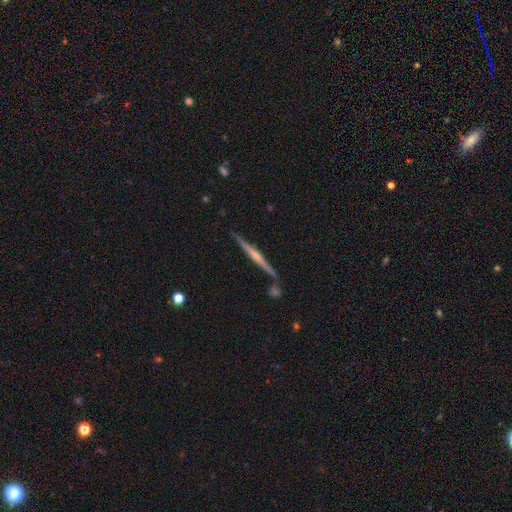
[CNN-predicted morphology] smooth_or_featured: featured or disk (p=0.74) [alt: smooth p=0.20]
disk_edge_on: yes (p=0.98) [alt: no p=0.02]
edge_on_bulge: rounded (p=0.64) [alt: none p=0.27]
merging: none (p=0.85) [alt: minor disturbance p=0.09]